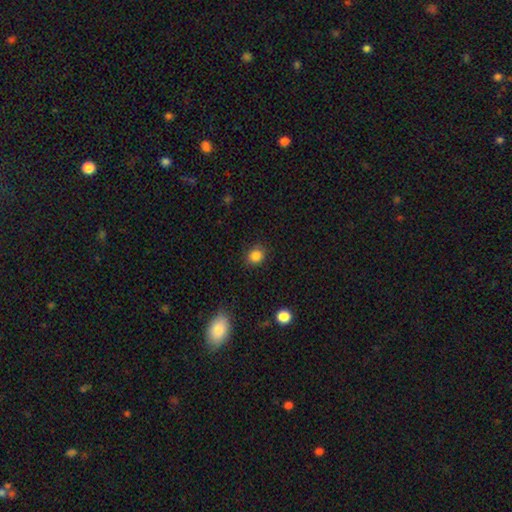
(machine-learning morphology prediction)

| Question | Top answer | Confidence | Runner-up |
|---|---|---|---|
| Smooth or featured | smooth | 85% | star or artifact (11%) |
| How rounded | round | 75% | in between (24%) |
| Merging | none | 85% | minor disturbance (11%) |